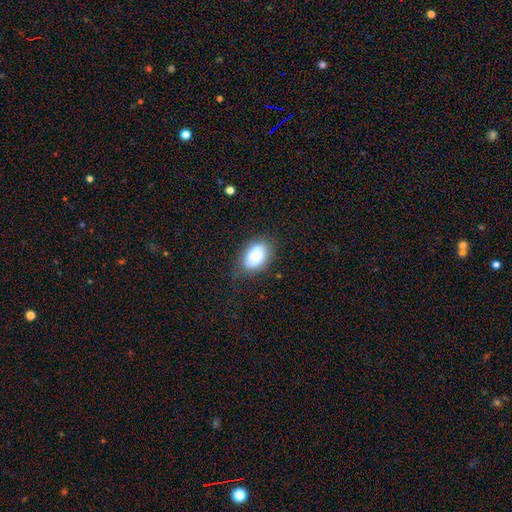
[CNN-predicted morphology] smooth-or-featured: smooth: 71% | featured or disk: 20% | star or artifact: 8%
  how-rounded: in between: 84% | round: 14% | cigar-shaped: 1%
  merging: none: 79% | minor disturbance: 15% | major disturbance: 4% | merger: 1%